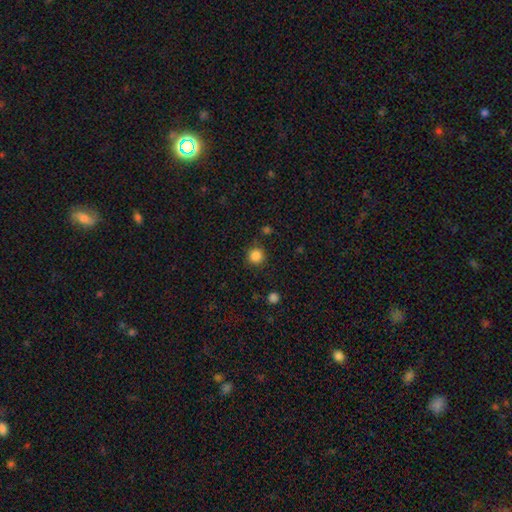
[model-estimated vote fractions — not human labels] A smooth galaxy with no disk features (85%) that is round (94%). Merging: none (88%).